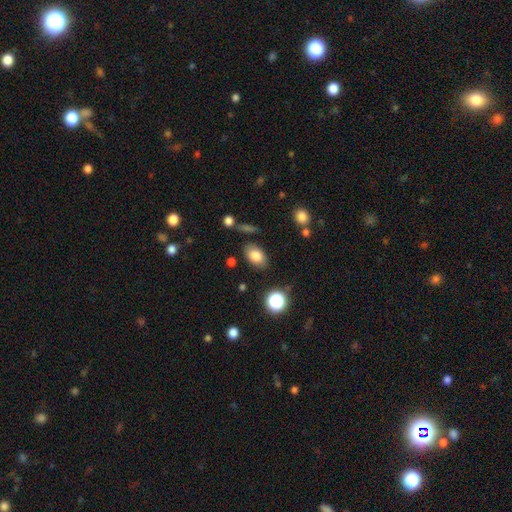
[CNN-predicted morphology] The model was most divided on "merging": none: 81%, minor disturbance: 12%, major disturbance: 4%, merger: 4%. More confident: how rounded — in between (86%); smooth or featured — smooth (80%).